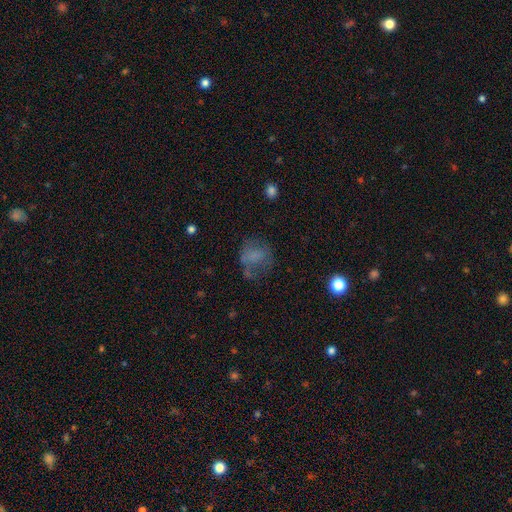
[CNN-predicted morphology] smooth-or-featured: smooth: 58% | featured or disk: 27% | star or artifact: 16%
  how-rounded: round: 59% | in between: 39% | cigar-shaped: 1%
  merging: none: 45% | major disturbance: 28% | minor disturbance: 23% | merger: 5%